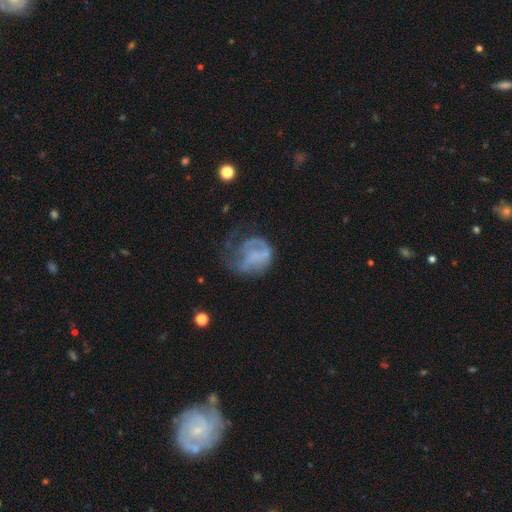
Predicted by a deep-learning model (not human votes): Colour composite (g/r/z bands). It shows a featured or disk galaxy (52%) with no bar (72%), no spiral arms (60%) and no central bulge (71%). Merging: major disturbance (47%).